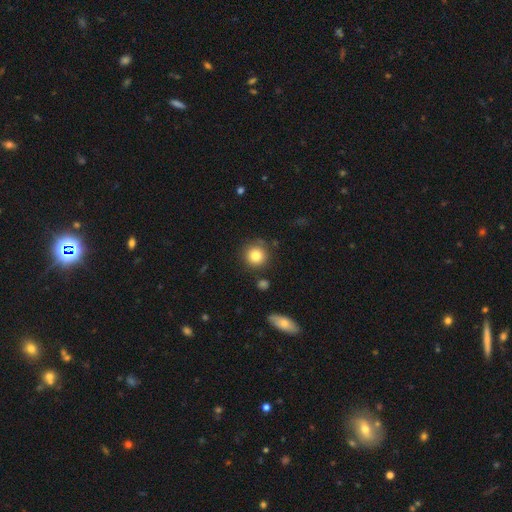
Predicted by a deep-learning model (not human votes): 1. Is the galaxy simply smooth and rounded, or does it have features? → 82% smooth, 10% star or artifact, 8% featured or disk.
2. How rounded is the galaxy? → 93% round, 6% in between, 1% cigar-shaped.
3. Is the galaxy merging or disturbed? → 83% none, 10% minor disturbance, 4% merger, 3% major disturbance.